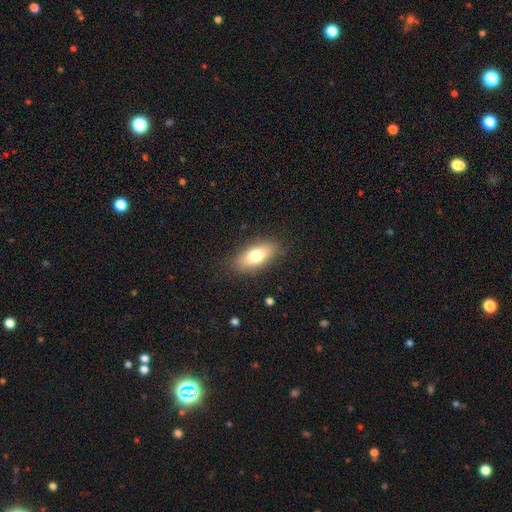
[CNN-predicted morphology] Smooth or featured: smooth — 75% (featured or disk — 18%)
How rounded: in between — 82% (cigar-shaped — 14%)
Merging: none — 85% (minor disturbance — 11%)